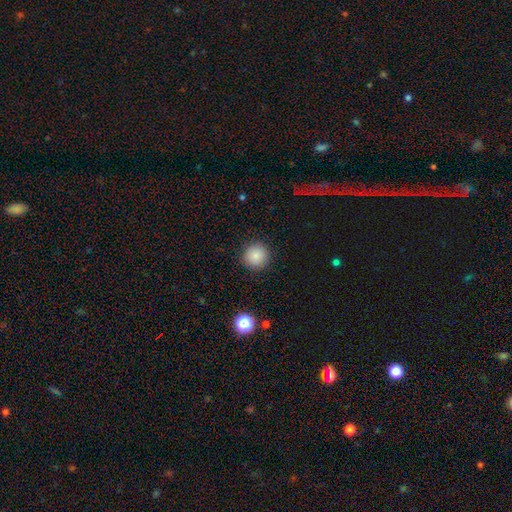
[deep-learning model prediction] smooth-or-featured: smooth: 85% | star or artifact: 10% | featured or disk: 5%
  how-rounded: round: 95% | in between: 4% | cigar-shaped: 1%
  merging: none: 91% | minor disturbance: 6% | major disturbance: 2% | merger: 1%